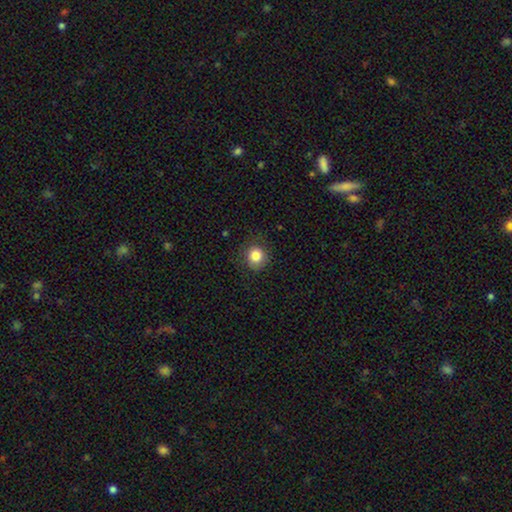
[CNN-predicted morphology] Smooth or featured?
  - smooth: 84% *
  - star or artifact: 10%
  - featured or disk: 6%
How rounded?
  - round: 87% *
  - in between: 12%
  - cigar-shaped: 1%
Merging?
  - none: 83% *
  - minor disturbance: 12%
  - major disturbance: 4%
  - merger: 1%